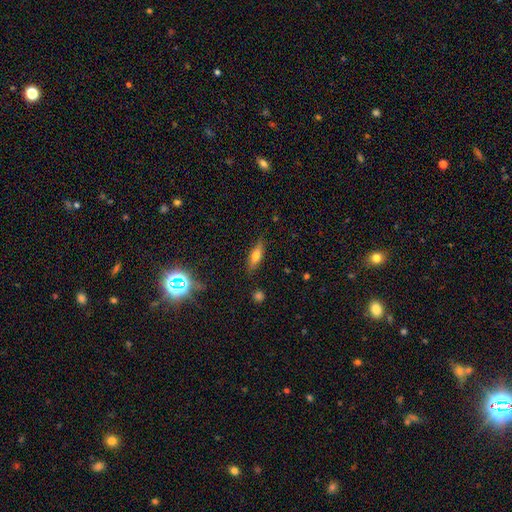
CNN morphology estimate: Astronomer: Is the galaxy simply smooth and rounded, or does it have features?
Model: smooth — 51% (runner-up: featured or disk, 39%).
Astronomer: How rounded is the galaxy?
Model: cigar-shaped — 51% (runner-up: in between, 45%).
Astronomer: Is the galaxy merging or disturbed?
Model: none — 84%.